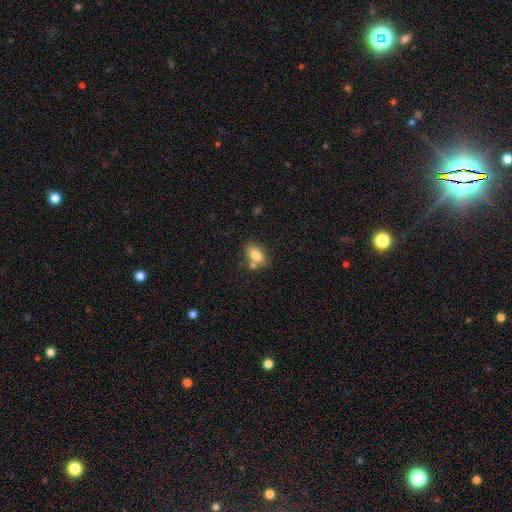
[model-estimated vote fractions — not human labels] Morphology: type=smooth (79%); roundness=in between (86%); merging=none (62%).